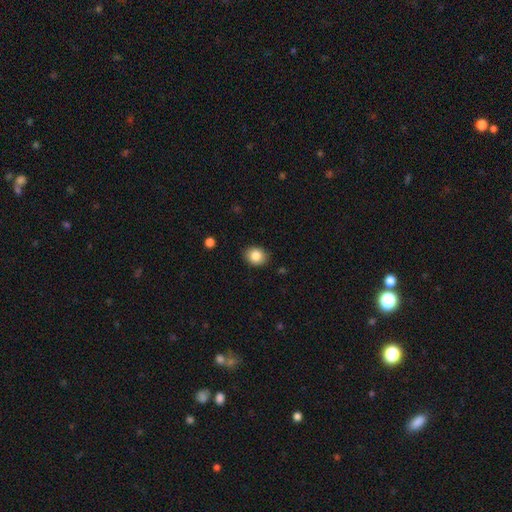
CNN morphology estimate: Q: Smooth or featured?
A: smooth (85%); runner-up: star or artifact (9%)
Q: How rounded?
A: round (60%); runner-up: in between (39%)
Q: Merging?
A: none (89%); runner-up: minor disturbance (8%)